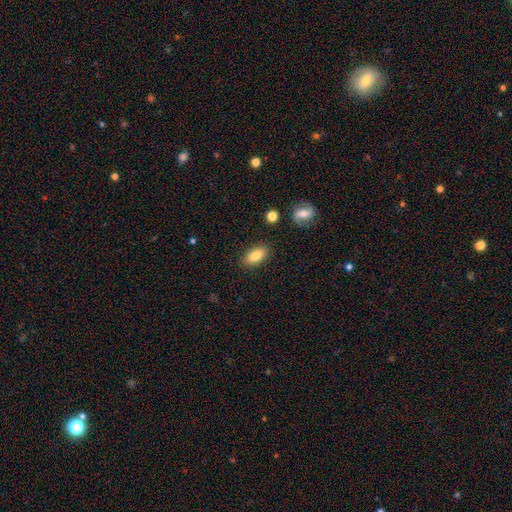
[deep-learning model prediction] This is clearly a smooth galaxy (82%). How rounded: clearly in between (89%). Merging: clearly none (86%).